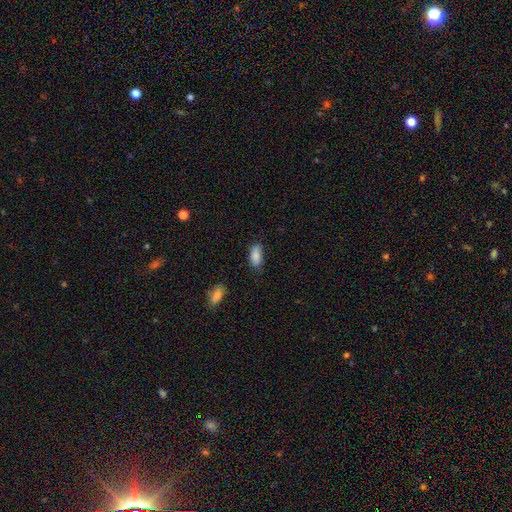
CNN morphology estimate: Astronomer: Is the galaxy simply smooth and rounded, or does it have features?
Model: smooth — 84%.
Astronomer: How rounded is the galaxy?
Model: in between — 86%.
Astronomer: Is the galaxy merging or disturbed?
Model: none — 71%.